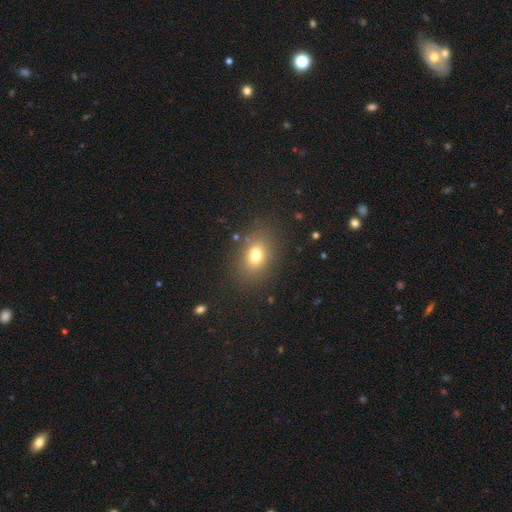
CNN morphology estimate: Smooth or featured? smooth (74%)
How rounded? in between (72%)
Merging? none (82%)